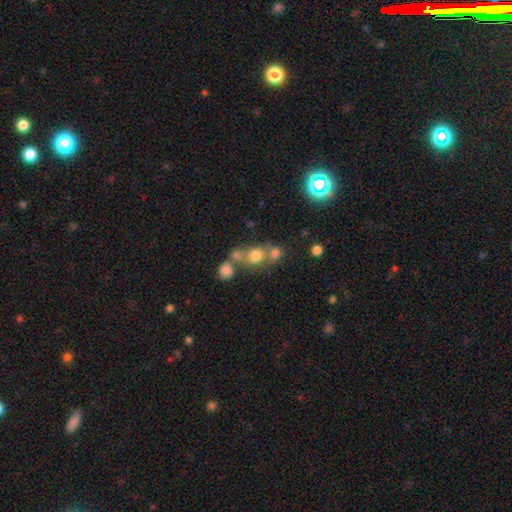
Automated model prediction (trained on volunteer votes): Morphology: type=smooth (69%); roundness=round (71%); merging=merger (43%).